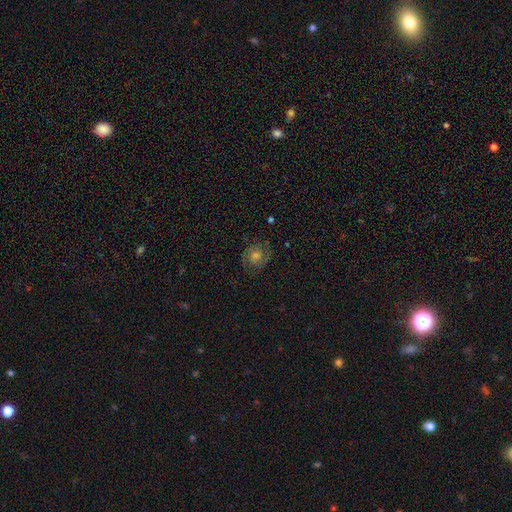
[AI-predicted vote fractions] A featured or disk galaxy (54%) with no bar (71%), spiral arms (87%) and a moderate central bulge (56%). Merging: none (81%).